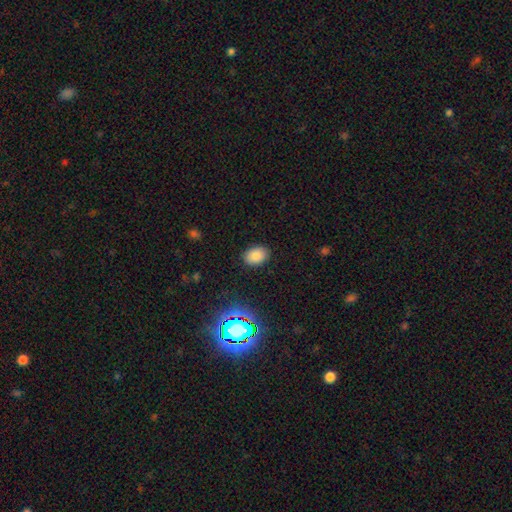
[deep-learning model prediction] Overall: smooth (82%). How rounded: in between (79%). Merging: none (87%).